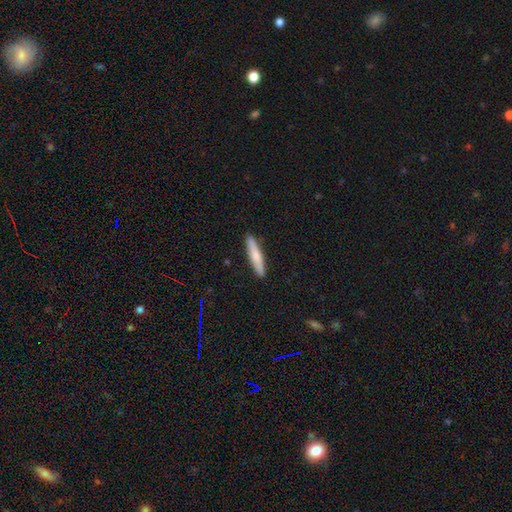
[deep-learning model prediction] Smooth or featured? smooth (73%)
How rounded? cigar-shaped (89%)
Merging? none (90%)